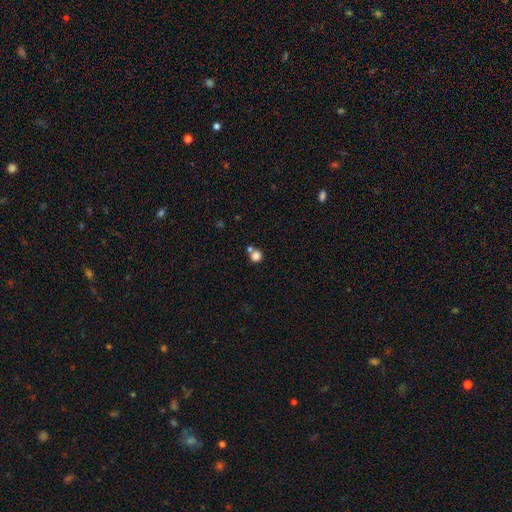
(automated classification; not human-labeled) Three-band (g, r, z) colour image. It shows a smooth galaxy with no disk features (81%) that is round (86%). Merging: none (57%).